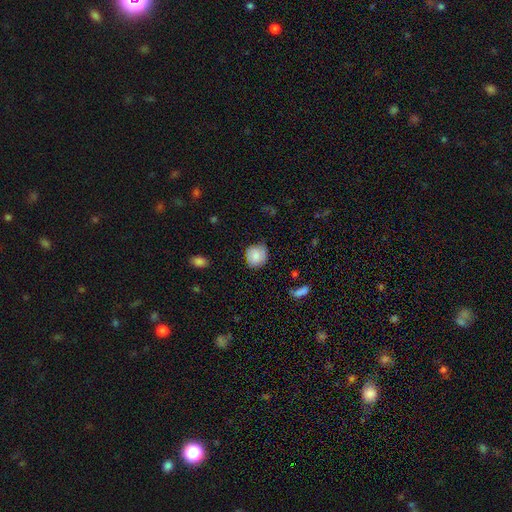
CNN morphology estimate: A smooth galaxy with no disk features (79%) that is round (86%).

Vote fractions:
- Smooth or featured? smooth: 79% / featured or disk: 14% / star or artifact: 8%
- How rounded? round: 86% / in between: 13% / cigar-shaped: 1%
- Merging? none: 71% / minor disturbance: 24% / major disturbance: 4% / merger: 1%